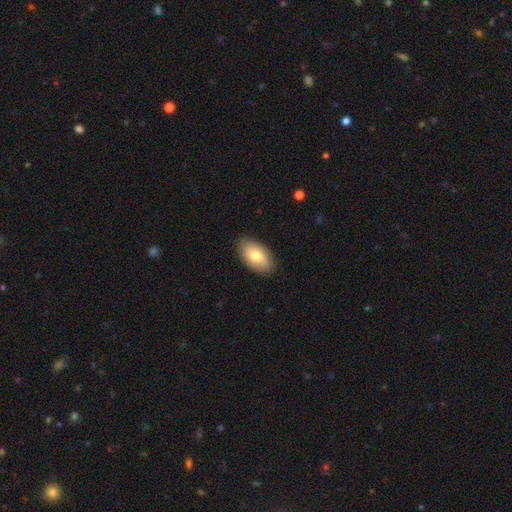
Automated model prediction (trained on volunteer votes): This appears to be a smooth galaxy with no disk features (76%) that is in between round and cigar-shaped (94%). Merging: none (86%).